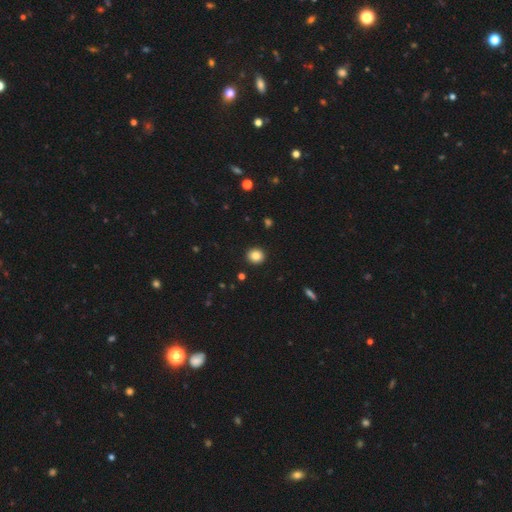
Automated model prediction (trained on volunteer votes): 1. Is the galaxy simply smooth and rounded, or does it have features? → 86% smooth, 10% star or artifact, 4% featured or disk.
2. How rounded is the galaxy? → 88% round, 11% in between, 1% cigar-shaped.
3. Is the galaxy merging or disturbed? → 93% none, 4% minor disturbance, 2% major disturbance, 1% merger.